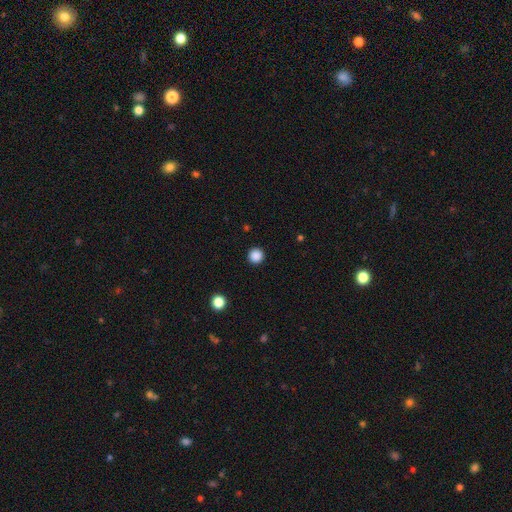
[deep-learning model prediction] smooth 87%, star or artifact 11%, featured or disk 2%. Down the decision tree: how rounded — round (96%); merging — none (93%).